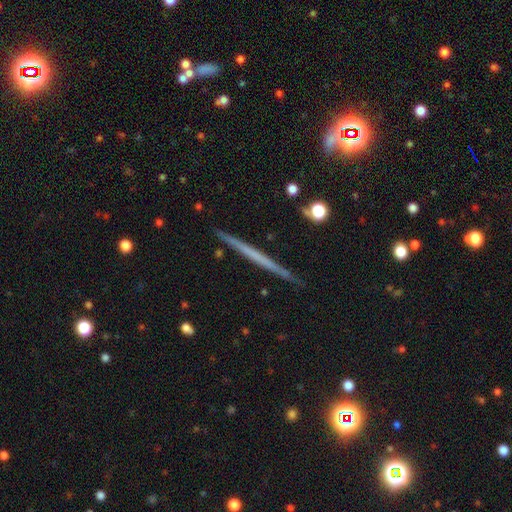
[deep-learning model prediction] smooth-or-featured: featured or disk: 60% | smooth: 31% | star or artifact: 8%
  disk-edge-on: yes: 98% | no: 2%
    edge-on-bulge: none: 88% | rounded: 8% | boxy: 4%
  merging: none: 91% | minor disturbance: 6% | major disturbance: 1% | merger: 1%